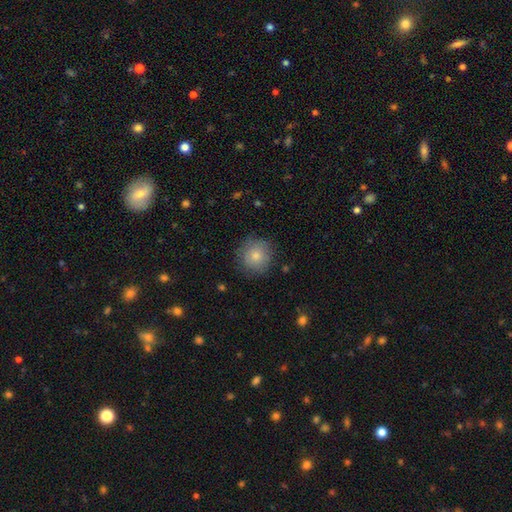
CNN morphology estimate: Smooth or featured? Predicted: smooth (p=0.82). How rounded? Predicted: round (p=0.93). Merging? Predicted: none (p=0.83).